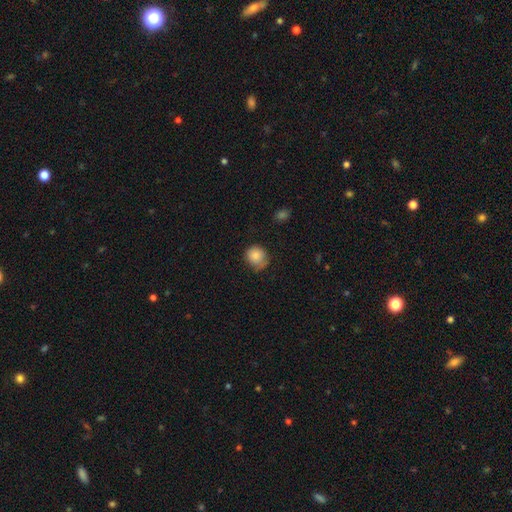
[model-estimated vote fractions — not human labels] Overall: smooth (84%). How rounded: round (81%). Merging: none (57%; minor disturbance 33%).